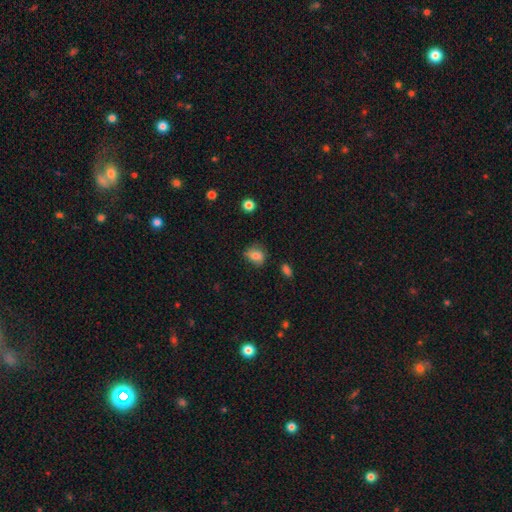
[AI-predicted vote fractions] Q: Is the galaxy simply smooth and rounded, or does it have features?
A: smooth — 78%.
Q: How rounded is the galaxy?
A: in between — 54%.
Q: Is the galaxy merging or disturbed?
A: none — 61%.